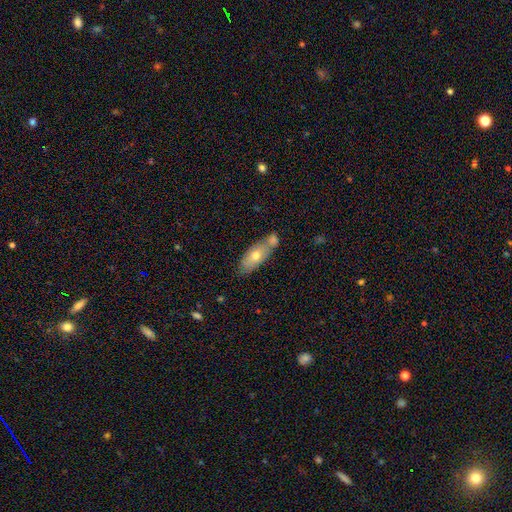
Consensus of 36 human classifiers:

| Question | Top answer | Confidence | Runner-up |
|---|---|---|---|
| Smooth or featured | smooth | 69% | featured or disk (28%) |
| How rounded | in between | 68% | cigar-shaped (28%) |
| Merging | none | 51% | merger (34%) |